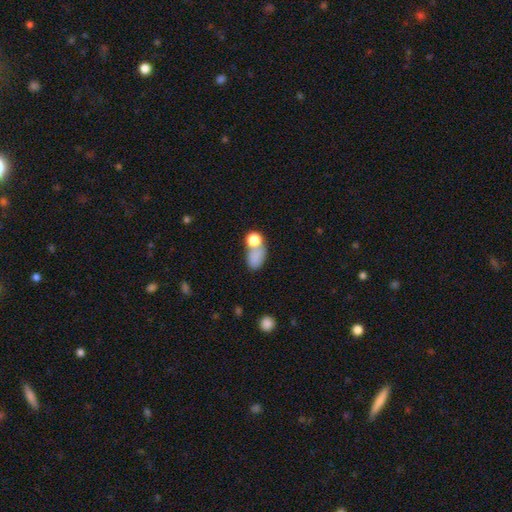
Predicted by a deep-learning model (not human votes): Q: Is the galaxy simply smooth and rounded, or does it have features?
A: smooth — 77%.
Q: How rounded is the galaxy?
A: in between — 75%.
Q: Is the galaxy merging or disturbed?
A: none — 36%.